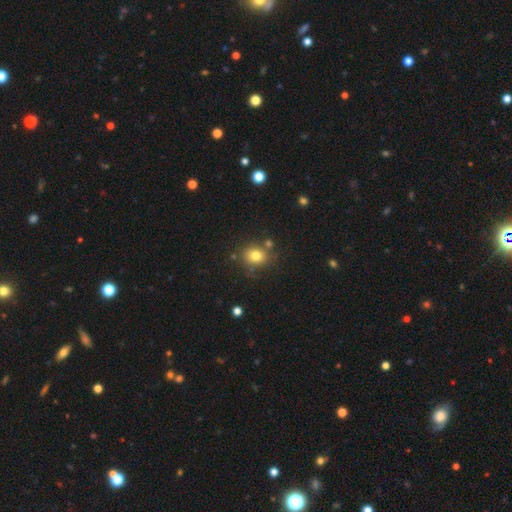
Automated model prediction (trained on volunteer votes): This appears to be a smooth galaxy with no disk features (78%) that is round (70%). Merging: none (72%).